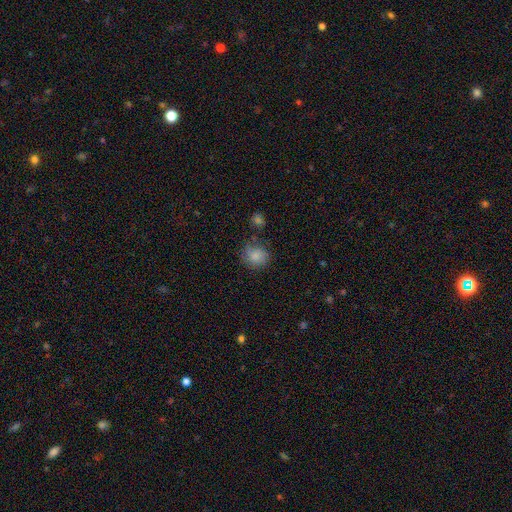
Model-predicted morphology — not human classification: type=smooth (80%); roundness=round (75%); merging=none (65%).